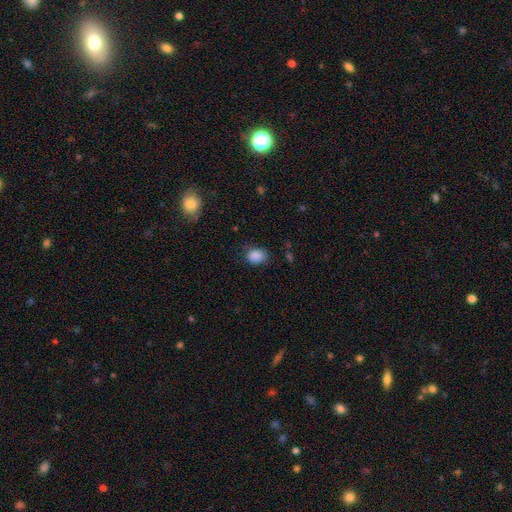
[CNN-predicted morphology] Overall: smooth (87%). How rounded: in between (58%; round 41%). Merging: none (75%).